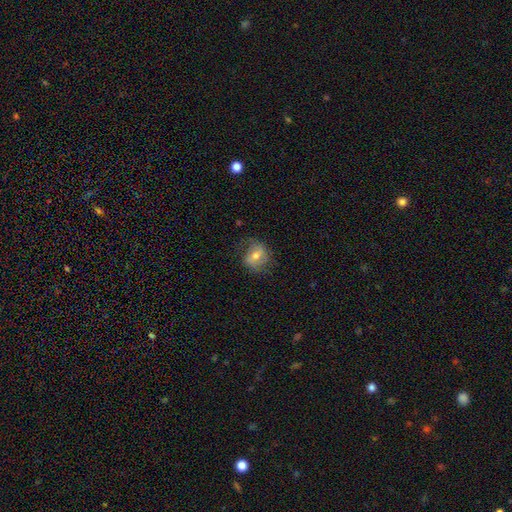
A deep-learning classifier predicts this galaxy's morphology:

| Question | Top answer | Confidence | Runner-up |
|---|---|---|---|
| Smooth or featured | smooth | 53% | featured or disk (38%) |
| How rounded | round | 59% | in between (40%) |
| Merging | none | 67% | minor disturbance (21%) |